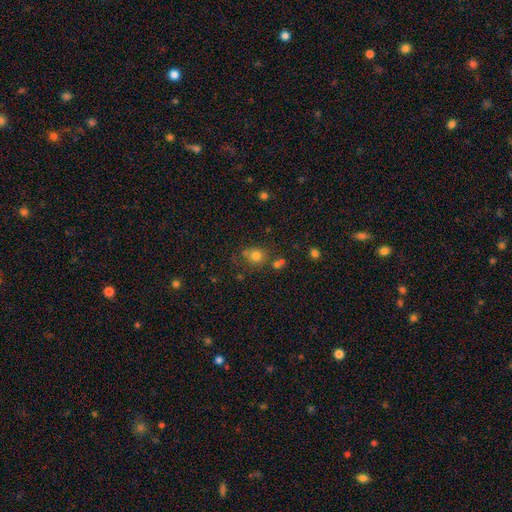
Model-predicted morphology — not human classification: This appears to be a smooth galaxy with no disk features (77%) that is round (78%). Merging: none (66%).